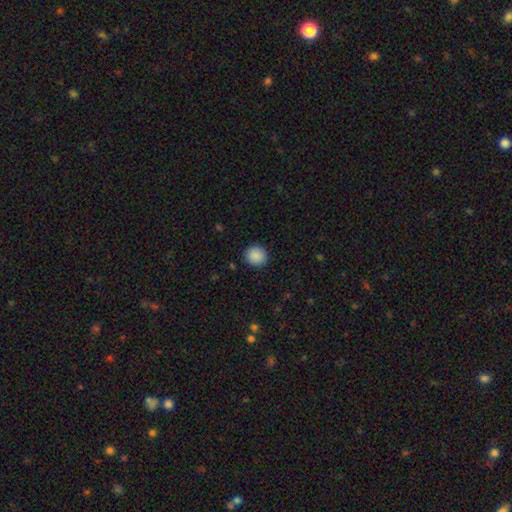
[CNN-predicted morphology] type=smooth (89%); roundness=round (92%); merging=none (91%).